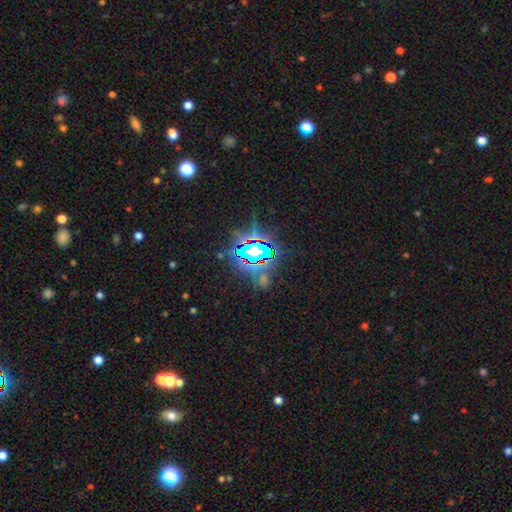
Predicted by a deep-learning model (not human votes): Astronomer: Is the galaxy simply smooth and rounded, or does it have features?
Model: star or artifact — 74%.